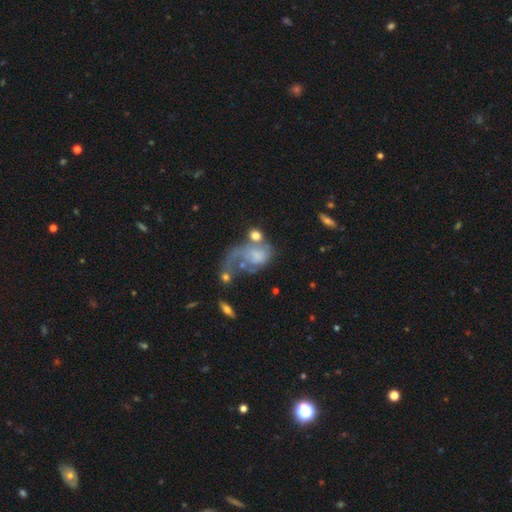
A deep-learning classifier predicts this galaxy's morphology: Smooth or featured?
  - featured or disk: 57% *
  - smooth: 33%
  - star or artifact: 10%
Edge-on disk?
  - no: 97% *
  - yes: 3%
Bar?
  - no: 77% *
  - weak: 19%
  - strong: 4%
Spiral arms?
  - yes: 61% *
  - no: 39%
Bulge size?
  - none: 49% *
  - small: 22%
  - moderate: 18%
  - large: 8%
  - dominant: 3%
Merging?
  - major disturbance: 46% *
  - merger: 22%
  - none: 18%
  - minor disturbance: 14%